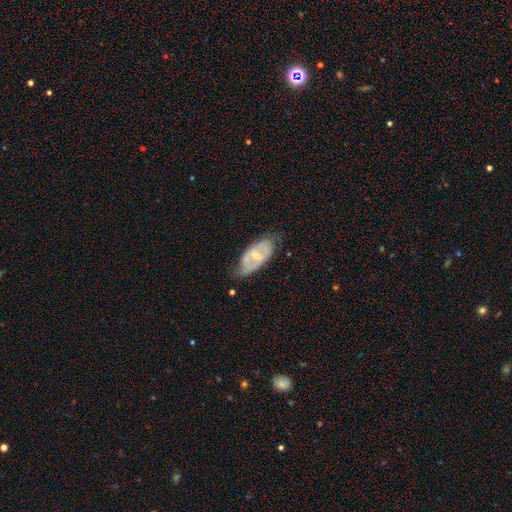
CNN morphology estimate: This appears to be a featured or disk galaxy (61%) with a weak bar (47%), spiral arms (56%) and a small central bulge (46%). Merging: none (57%).